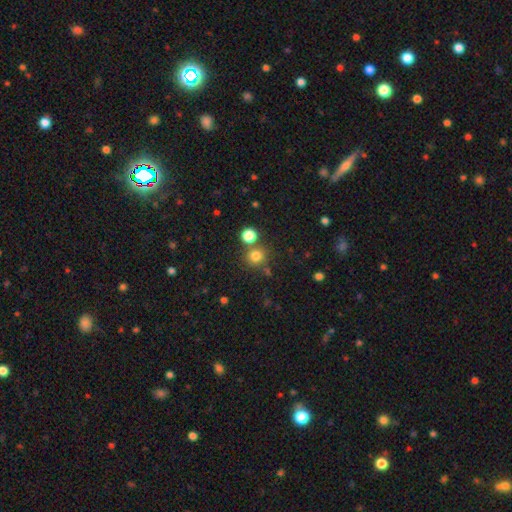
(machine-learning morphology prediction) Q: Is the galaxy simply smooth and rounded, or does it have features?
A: smooth — 78%.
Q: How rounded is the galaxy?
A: round — 90%.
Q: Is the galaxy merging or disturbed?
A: none — 72%.